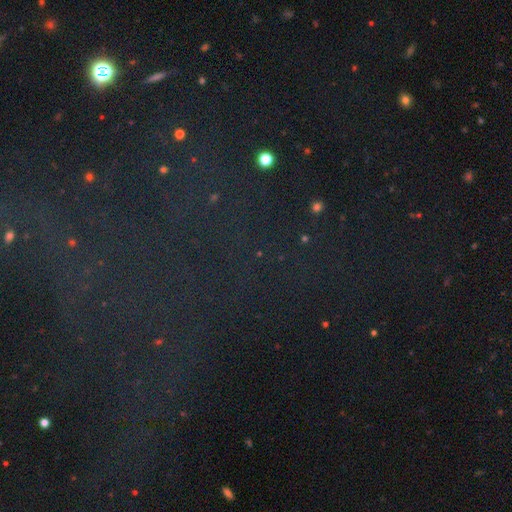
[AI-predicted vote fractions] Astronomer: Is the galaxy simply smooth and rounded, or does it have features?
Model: star or artifact — 77%.